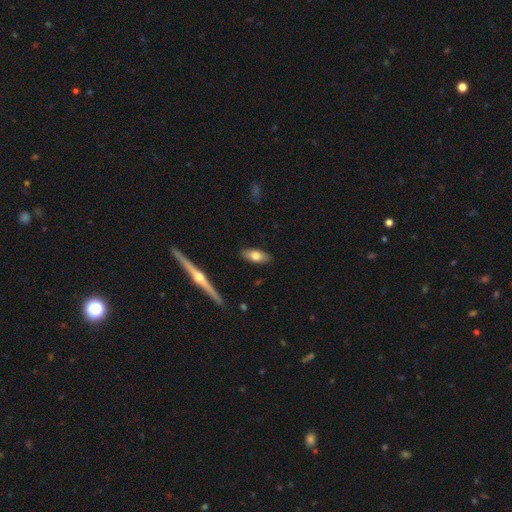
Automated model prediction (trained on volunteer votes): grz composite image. It shows a smooth galaxy with no disk features (67%) that is in between round and cigar-shaped (77%). Merging: none (87%).